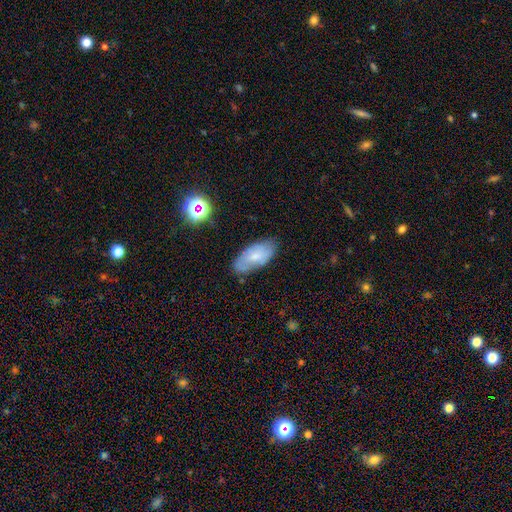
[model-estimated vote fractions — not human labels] smooth-or-featured: smooth: 63% | featured or disk: 29% | star or artifact: 9%
  how-rounded: in between: 91% | cigar-shaped: 6% | round: 3%
  merging: none: 73% | minor disturbance: 20% | major disturbance: 4% | merger: 2%